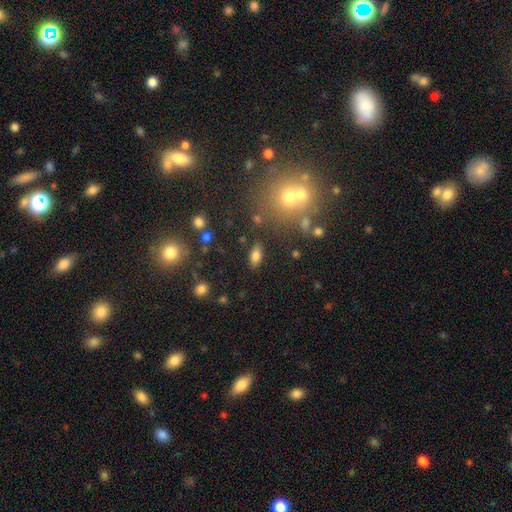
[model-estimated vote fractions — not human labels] This appears to be a smooth galaxy with no disk features (75%) that is in between round and cigar-shaped (87%). Merging: none (83%).